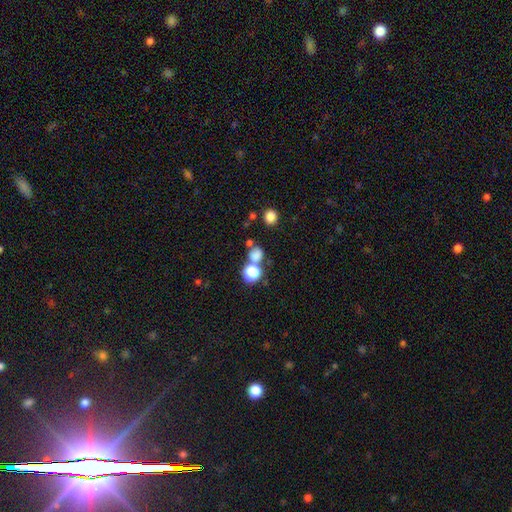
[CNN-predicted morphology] A smooth galaxy with no disk features (69%) that is round (76%).

Vote fractions:
- Smooth or featured? smooth: 69% / star or artifact: 23% / featured or disk: 7%
- How rounded? round: 76% / in between: 22% / cigar-shaped: 1%
- Merging? none: 56% / merger: 29% / minor disturbance: 10% / major disturbance: 5%